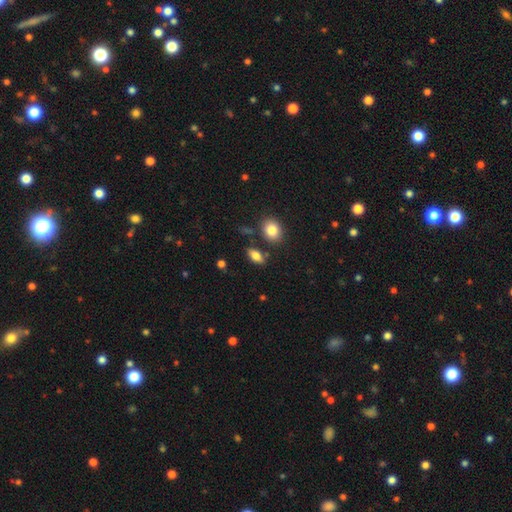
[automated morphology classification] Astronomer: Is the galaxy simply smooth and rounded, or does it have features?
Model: smooth — 81%.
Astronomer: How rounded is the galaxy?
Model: in between — 86%.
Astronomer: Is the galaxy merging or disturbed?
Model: none — 79%.